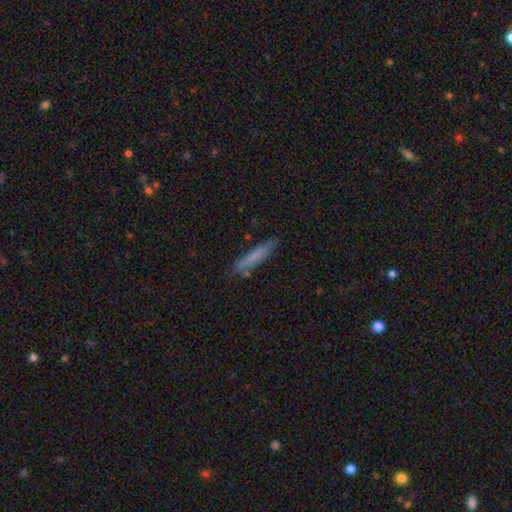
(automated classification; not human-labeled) Smooth or featured: smooth — 73% (featured or disk — 20%)
How rounded: cigar-shaped — 88% (in between — 10%)
Merging: none — 75% (minor disturbance — 17%)